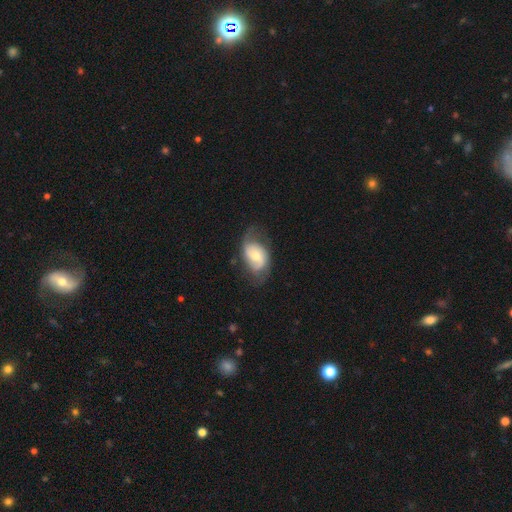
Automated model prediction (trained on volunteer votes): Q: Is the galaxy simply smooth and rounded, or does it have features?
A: featured or disk — 64%.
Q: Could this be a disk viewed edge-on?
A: no — 96%.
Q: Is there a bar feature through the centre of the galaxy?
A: no — 57%.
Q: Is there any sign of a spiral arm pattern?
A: yes — 86%.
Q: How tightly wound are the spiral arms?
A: medium — 41%.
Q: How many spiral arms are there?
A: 2 — 74%.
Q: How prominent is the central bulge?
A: moderate — 52%.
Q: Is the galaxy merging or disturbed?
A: none — 54%.